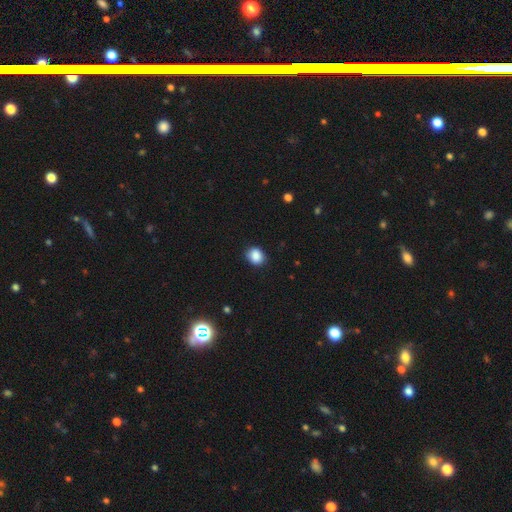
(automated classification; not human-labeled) Smooth or featured: smooth — 87% (star or artifact — 9%)
How rounded: round — 62% (in between — 37%)
Merging: none — 85% (minor disturbance — 12%)